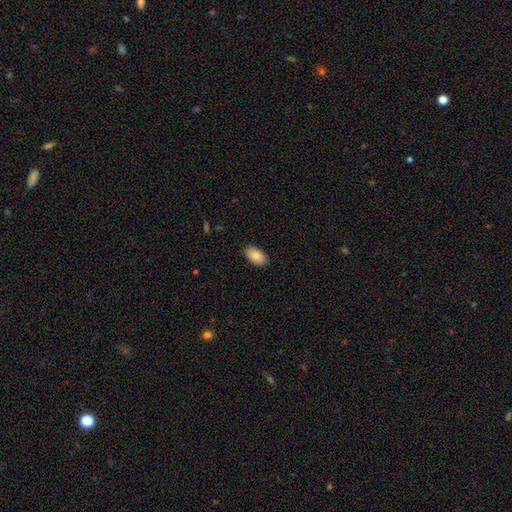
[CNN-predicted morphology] Smooth or featured?
  - smooth: 84% *
  - featured or disk: 9%
  - star or artifact: 7%
How rounded?
  - in between: 95% *
  - round: 4%
  - cigar-shaped: 2%
Merging?
  - none: 89% *
  - minor disturbance: 9%
  - major disturbance: 2%
  - merger: 1%